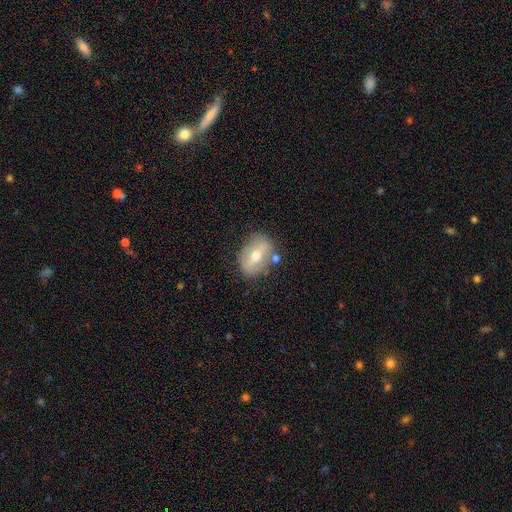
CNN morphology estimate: Smooth or featured? featured or disk (53%)
Edge-on disk? no (88%)
Merging? none (74%)